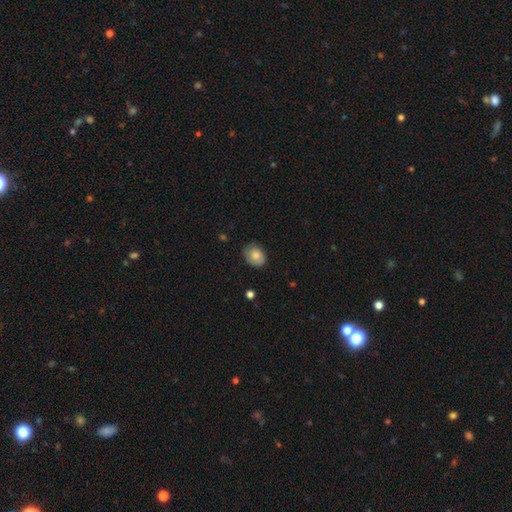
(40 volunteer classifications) This appears to be a smooth galaxy with no disk features (75%) that is in between round and cigar-shaped (53%). Merging: none (77%).